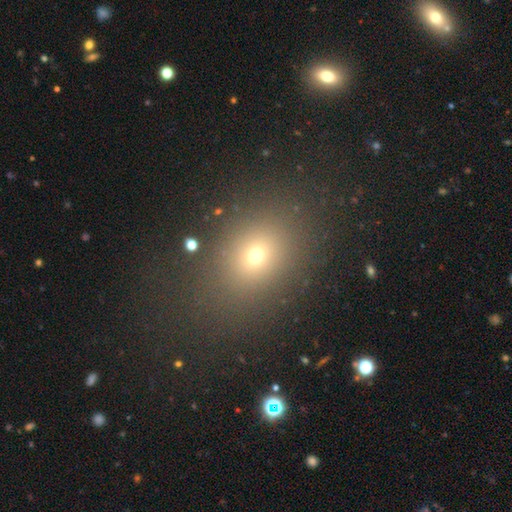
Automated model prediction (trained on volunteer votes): Morphology: type=smooth (66%); roundness=in between (54%); merging=none (82%).